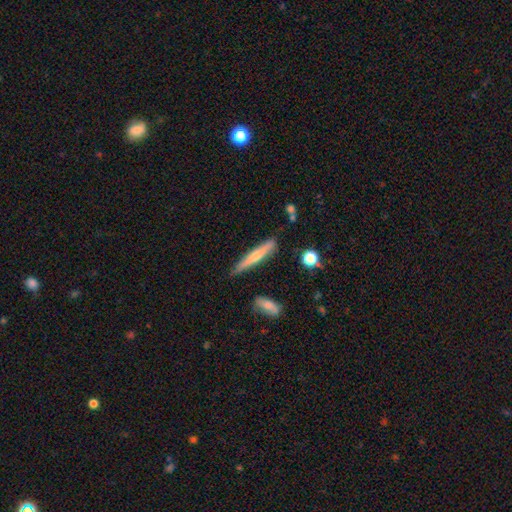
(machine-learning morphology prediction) type=featured or disk (47%); merging=none (83%).